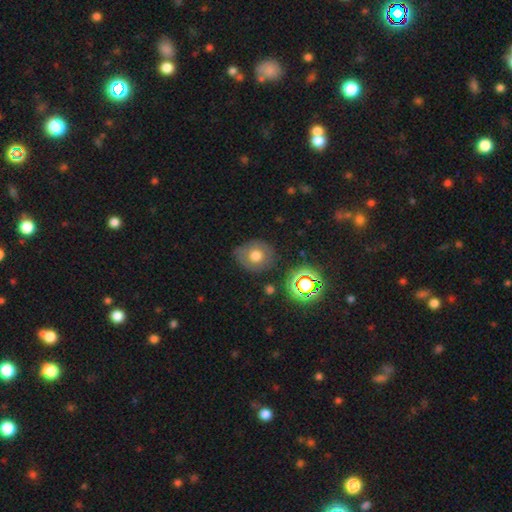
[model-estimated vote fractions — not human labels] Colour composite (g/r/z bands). It shows a smooth galaxy with no disk features (62%) that is round (76%). Merging: none (75%).